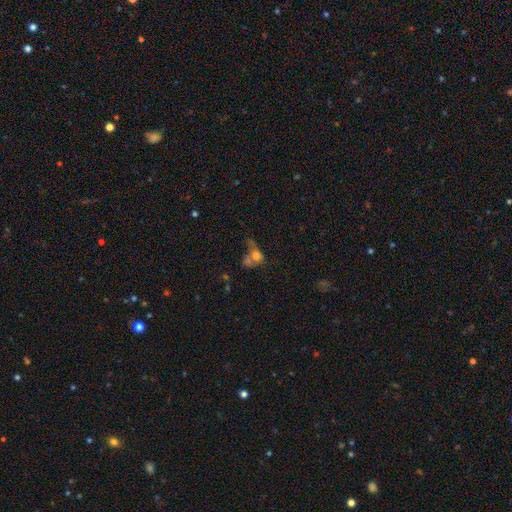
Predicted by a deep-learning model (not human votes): A smooth galaxy with no disk features (62%) that is in between round and cigar-shaped (50%).

Vote fractions:
- Smooth or featured? smooth: 62% / featured or disk: 23% / star or artifact: 15%
- How rounded? in between: 50% / round: 47% / cigar-shaped: 3%
- Merging? merger: 54% / none: 19% / major disturbance: 17% / minor disturbance: 11%